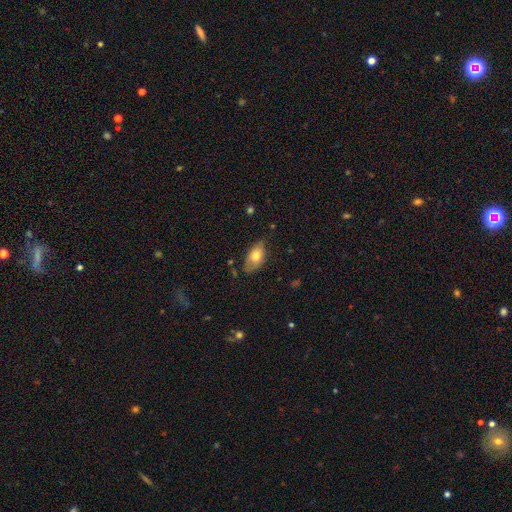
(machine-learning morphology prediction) The model was most divided on "merging": none: 63%, minor disturbance: 29%, major disturbance: 6%, merger: 2%. More confident: how rounded — in between (91%); smooth or featured — smooth (70%).